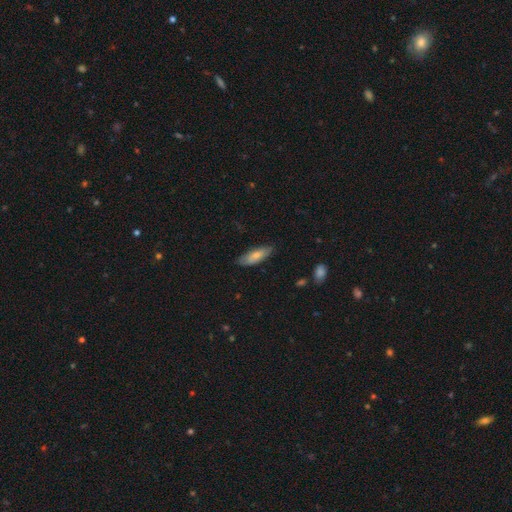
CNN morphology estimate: Q: Smooth or featured?
A: smooth (70%); runner-up: featured or disk (25%)
Q: How rounded?
A: in between (65%); runner-up: cigar-shaped (33%)
Q: Merging?
A: none (76%); runner-up: minor disturbance (19%)